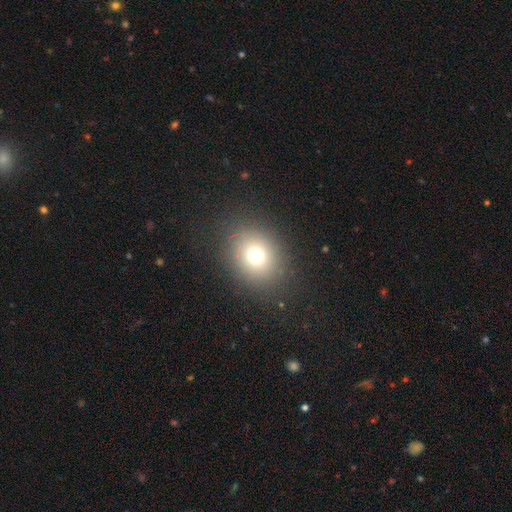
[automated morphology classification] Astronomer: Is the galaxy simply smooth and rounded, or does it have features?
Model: smooth — 72%.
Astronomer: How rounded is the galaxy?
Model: round — 66%.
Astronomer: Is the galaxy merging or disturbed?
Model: none — 85%.